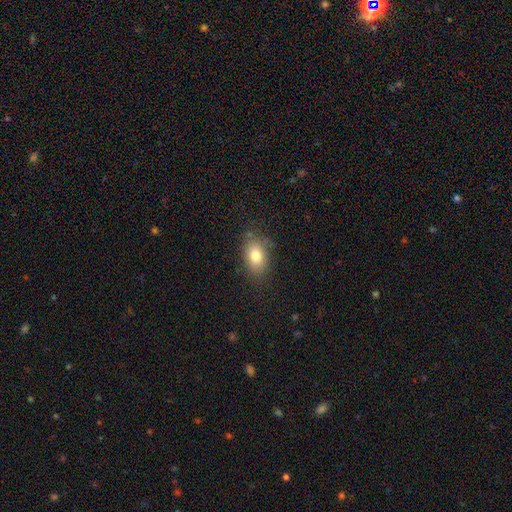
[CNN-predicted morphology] smooth-or-featured: smooth: 79% | featured or disk: 11% | star or artifact: 10%
  how-rounded: in between: 81% | round: 17% | cigar-shaped: 2%
  merging: none: 80% | minor disturbance: 15% | major disturbance: 4% | merger: 2%